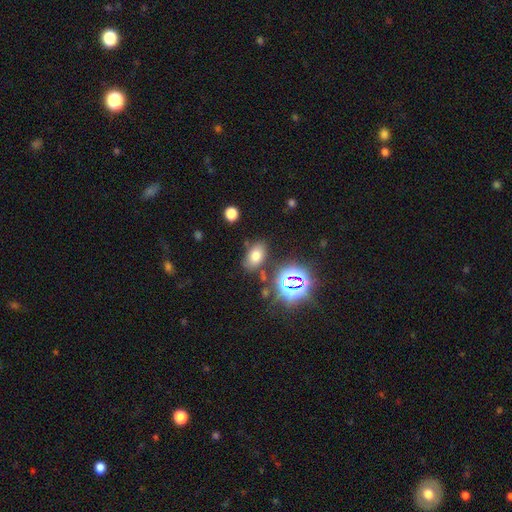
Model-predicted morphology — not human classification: smooth 69%, star or artifact 21%, featured or disk 11%. Down the decision tree: how rounded — in between (87%); merging — none (78%).